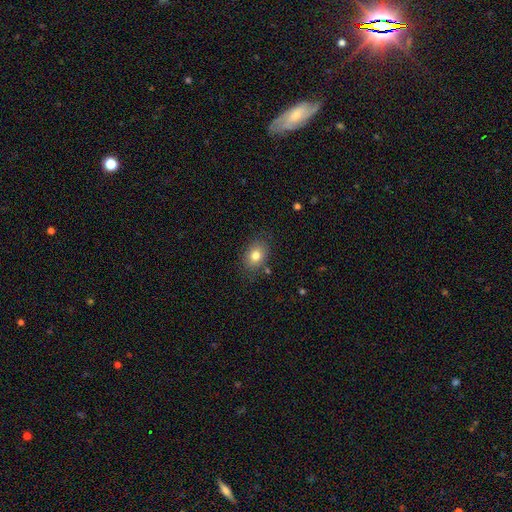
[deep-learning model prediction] smooth_or_featured: smooth (p=0.80) [alt: featured or disk p=0.11]
how_rounded: in between (p=0.68) [alt: round p=0.31]
merging: none (p=0.81) [alt: minor disturbance p=0.13]